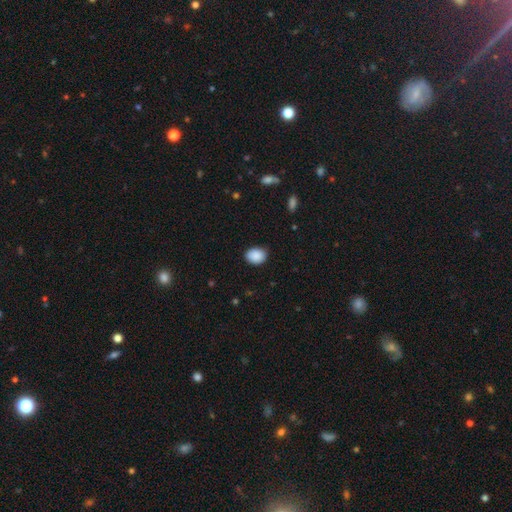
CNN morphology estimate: A smooth galaxy with no disk features (89%) that is in between round and cigar-shaped (62%).

Vote fractions:
- Smooth or featured? smooth: 89% / star or artifact: 7% / featured or disk: 3%
- How rounded? in between: 62% / round: 37% / cigar-shaped: 1%
- Merging? none: 83% / minor disturbance: 14% / major disturbance: 3% / merger: 1%